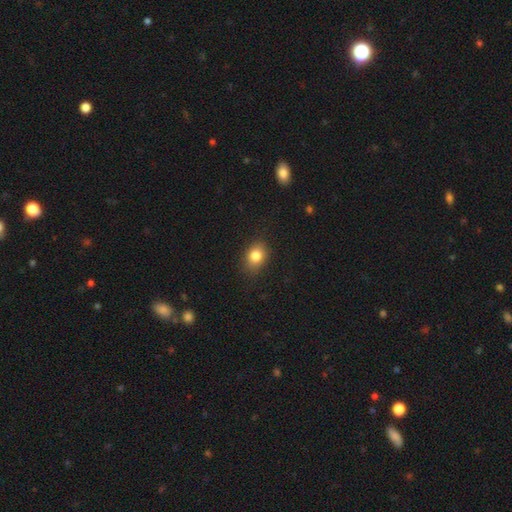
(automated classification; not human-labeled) Smooth or featured: smooth — 82% (star or artifact — 10%)
How rounded: in between — 60% (round — 39%)
Merging: none — 83% (minor disturbance — 13%)